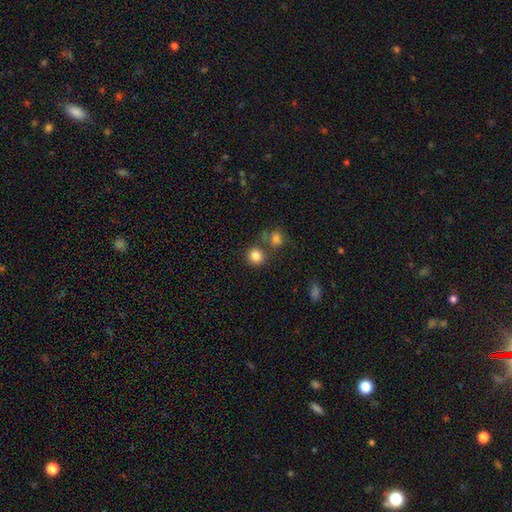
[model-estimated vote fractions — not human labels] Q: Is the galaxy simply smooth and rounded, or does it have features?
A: smooth — 84%.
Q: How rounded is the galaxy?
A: round — 87%.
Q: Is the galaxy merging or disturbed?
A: none — 71%.